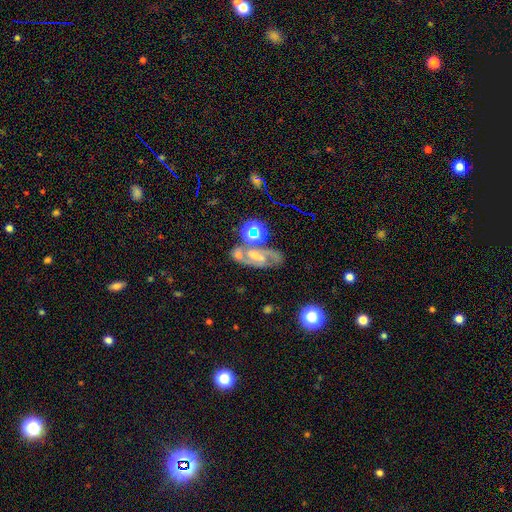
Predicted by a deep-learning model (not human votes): Smooth or featured: featured or disk — 56% (star or artifact — 25%)
Edge-on disk: no — 90% (yes — 10%)
Bar: no — 37% (tied with weak — 37%)
Spiral arms: yes — 78% (no — 22%)
Bulge size: small — 41% (moderate — 34%)
Merging: none — 48% (merger — 22%)